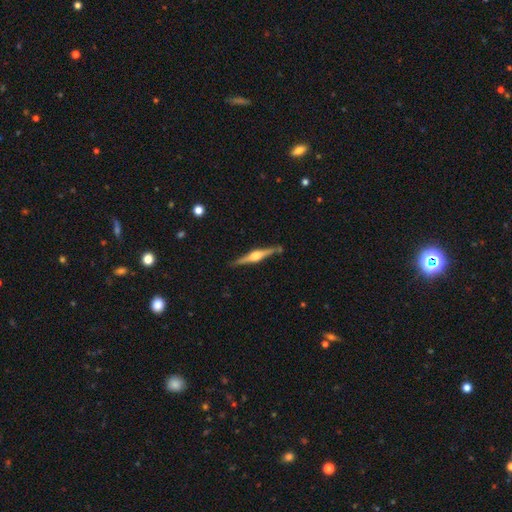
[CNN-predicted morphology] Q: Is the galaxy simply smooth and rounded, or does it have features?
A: featured or disk — 81%.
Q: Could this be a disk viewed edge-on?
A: yes — 98%.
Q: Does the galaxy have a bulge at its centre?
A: rounded — 92%.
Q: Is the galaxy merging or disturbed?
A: none — 86%.